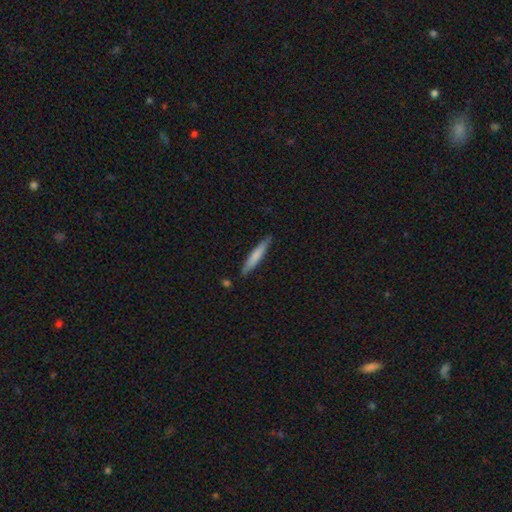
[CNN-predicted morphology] Smooth or featured: smooth — 72% (featured or disk — 23%)
How rounded: cigar-shaped — 93% (in between — 6%)
Merging: none — 86% (minor disturbance — 11%)